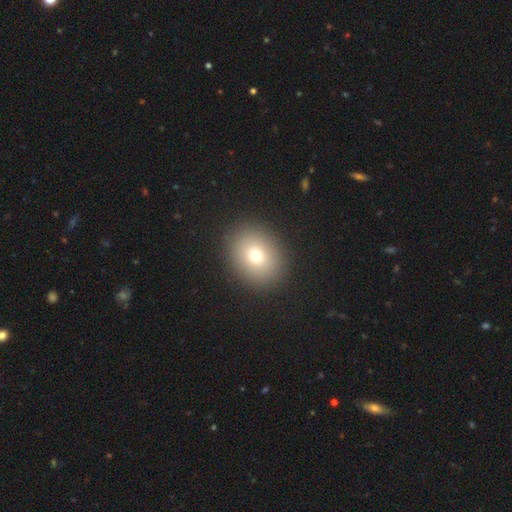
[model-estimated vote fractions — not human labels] Q: Smooth or featured?
A: smooth (74%); runner-up: star or artifact (14%)
Q: How rounded?
A: round (61%); runner-up: in between (38%)
Q: Merging?
A: none (90%); runner-up: minor disturbance (6%)